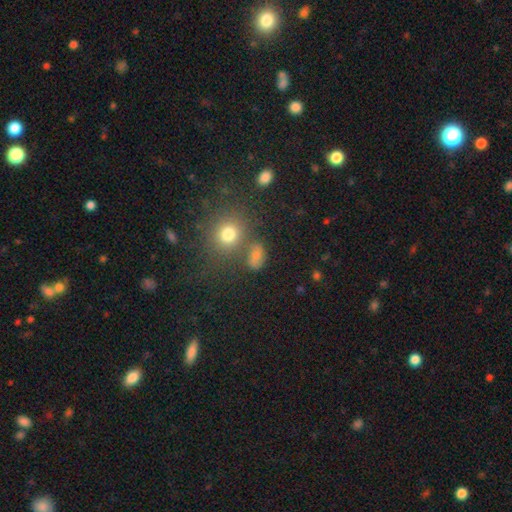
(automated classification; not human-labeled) Q: Smooth or featured?
A: smooth (67%); runner-up: star or artifact (22%)
Q: How rounded?
A: in between (63%); runner-up: round (34%)
Q: Merging?
A: none (59%); runner-up: minor disturbance (17%)